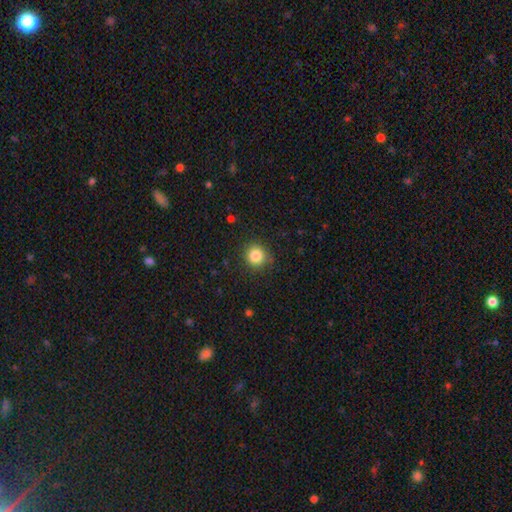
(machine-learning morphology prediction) smooth-or-featured: smooth: 85% | star or artifact: 11% | featured or disk: 5%
  how-rounded: round: 91% | in between: 9% | cigar-shaped: 1%
  merging: none: 86% | minor disturbance: 10% | major disturbance: 3% | merger: 1%